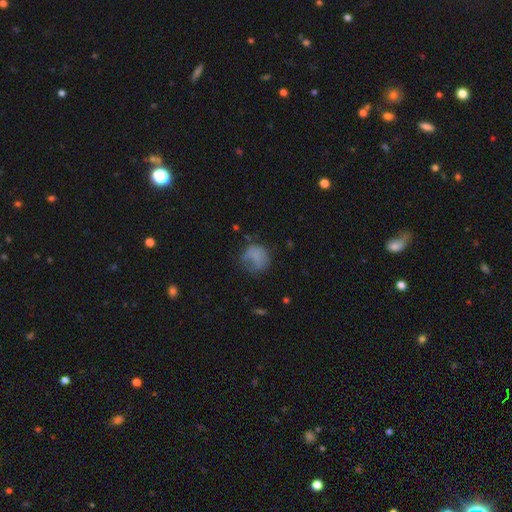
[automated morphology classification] Smooth or featured: smooth — 69% (featured or disk — 19%)
How rounded: round — 75% (in between — 24%)
Merging: none — 46% (minor disturbance — 27%)